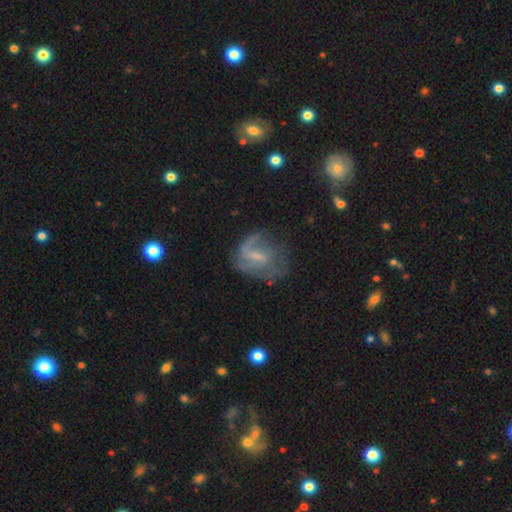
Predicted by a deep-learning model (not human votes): A featured or disk galaxy (60%) with a weak bar (49%), spiral arms (66%) and a small central bulge (41%). Merging: none (44%).